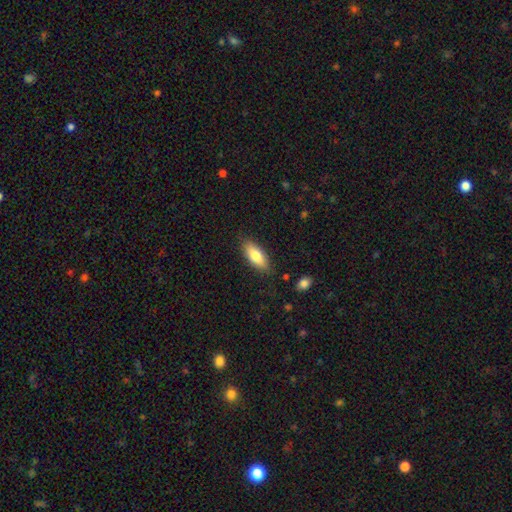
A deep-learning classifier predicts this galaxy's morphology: A smooth galaxy with no disk features (77%) that is in between round and cigar-shaped (74%). Merging: none (84%).